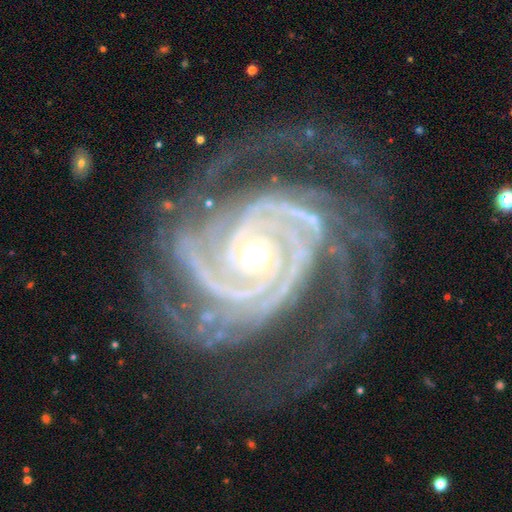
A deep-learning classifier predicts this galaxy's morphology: Smooth or featured? Predicted: featured or disk (p=0.93). Edge-on disk? Predicted: no (p=0.98). Bar? Predicted: no (p=0.67). Spiral arms? Predicted: yes (p=0.99). Spiral winding? Predicted: tight (p=0.76). Spiral arm count? Predicted: 3 (p=0.28). Bulge size? Predicted: small (p=0.58). Merging? Predicted: none (p=0.64).